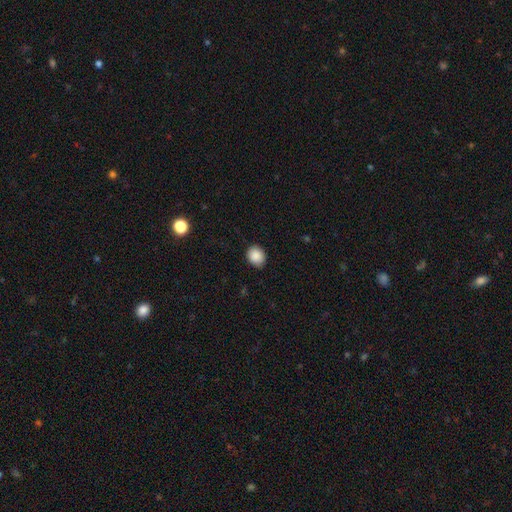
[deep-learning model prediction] Morphology: type=smooth (88%); roundness=round (63%); merging=none (85%).